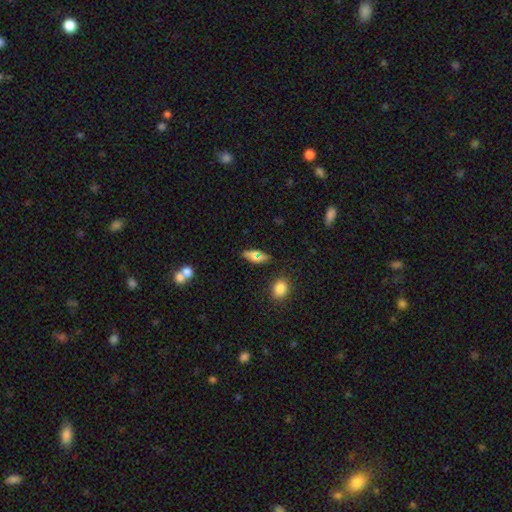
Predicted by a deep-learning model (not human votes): smooth-or-featured: smooth: 63% | featured or disk: 21% | star or artifact: 16%
  how-rounded: in between: 77% | cigar-shaped: 16% | round: 7%
  merging: none: 77% | minor disturbance: 14% | major disturbance: 4% | merger: 4%